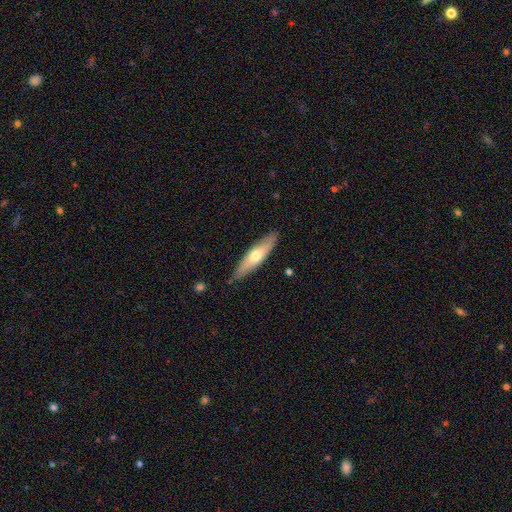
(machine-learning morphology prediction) Smooth or featured? smooth (55%)
How rounded? cigar-shaped (70%)
Merging? none (84%)